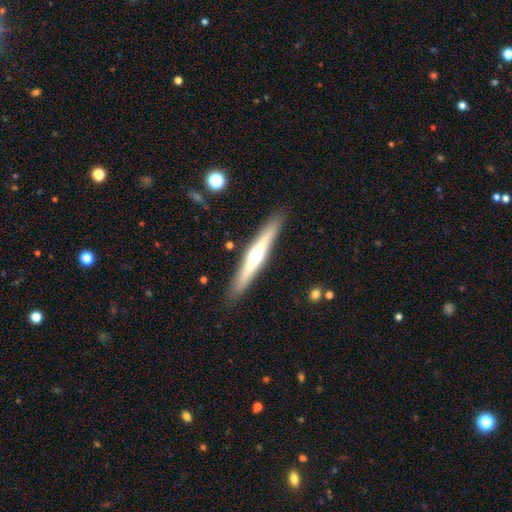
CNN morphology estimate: This appears to be a featured or disk galaxy (61%) viewed edge-on (96%) with a rounded central bulge (84%). Merging: none (89%).